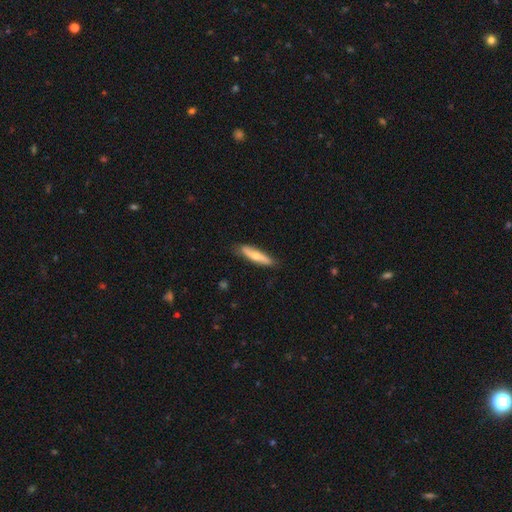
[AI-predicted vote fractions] Smooth or featured? Predicted: smooth (p=0.56). How rounded? Predicted: cigar-shaped (p=0.77). Merging? Predicted: none (p=0.81).